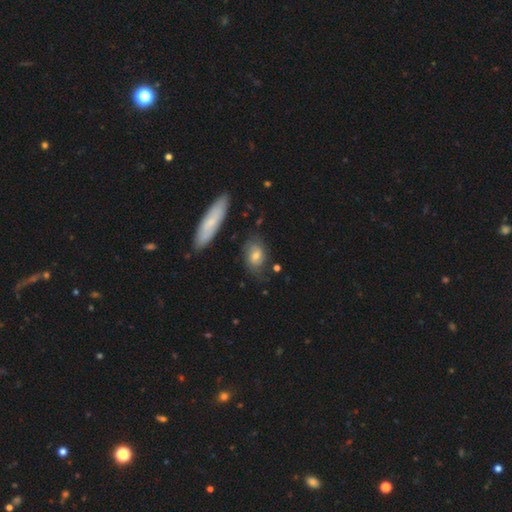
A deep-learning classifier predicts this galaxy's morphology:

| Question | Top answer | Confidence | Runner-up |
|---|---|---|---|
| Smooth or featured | smooth | 50% | featured or disk (42%) |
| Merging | none | 64% | minor disturbance (22%) |